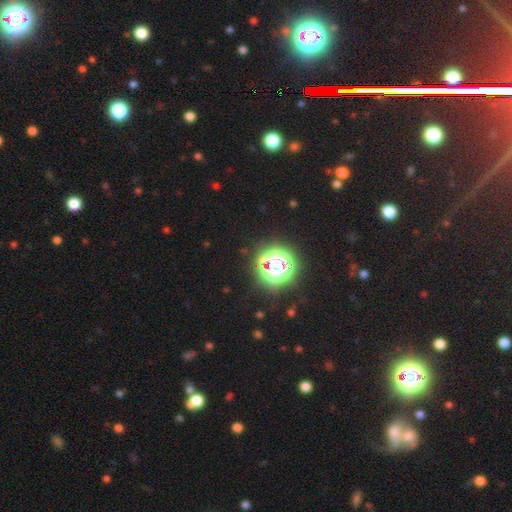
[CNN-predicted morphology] The model was most divided on "smooth or featured": star or artifact: 73%, smooth: 21%, featured or disk: 7%.